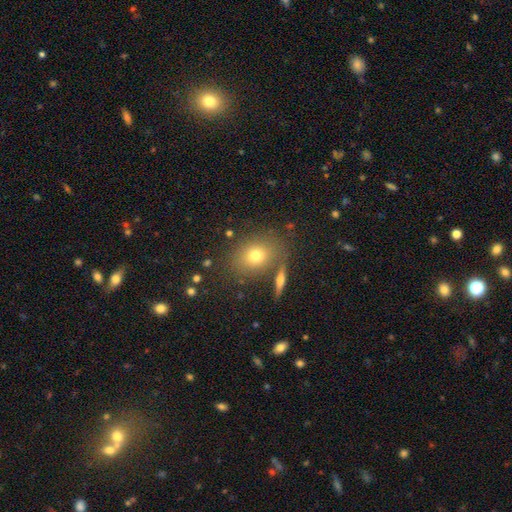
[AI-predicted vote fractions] smooth 70%, featured or disk 16%, star or artifact 14%. Down the decision tree: how rounded — in between (54%); merging — none (74%).